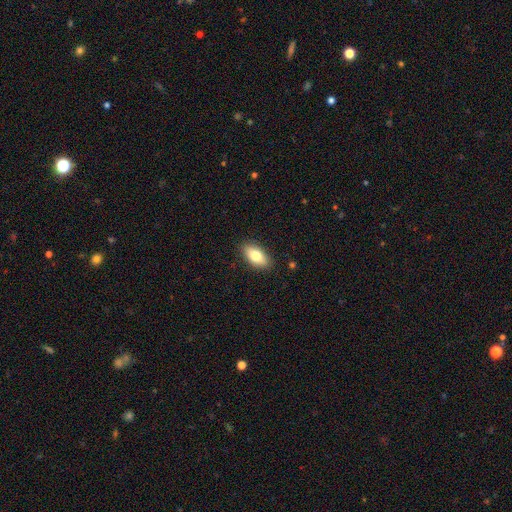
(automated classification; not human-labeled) This is likely a smooth galaxy (78%). How rounded: clearly in between (90%). Merging: clearly none (88%).